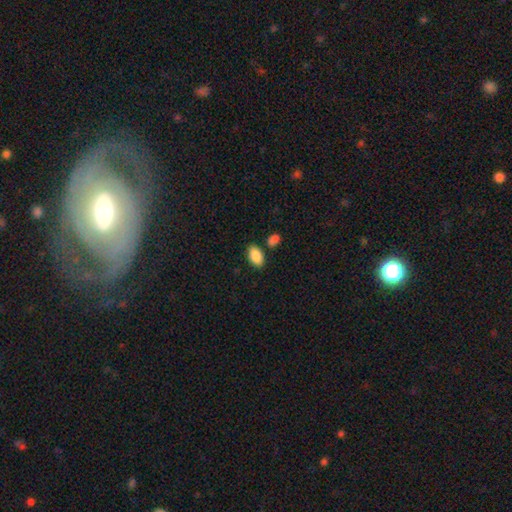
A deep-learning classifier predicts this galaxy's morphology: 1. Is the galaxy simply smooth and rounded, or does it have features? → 88% smooth, 7% star or artifact, 5% featured or disk.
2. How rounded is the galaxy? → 93% in between, 6% round, 2% cigar-shaped.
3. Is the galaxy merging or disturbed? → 78% none, 11% minor disturbance, 8% merger, 3% major disturbance.